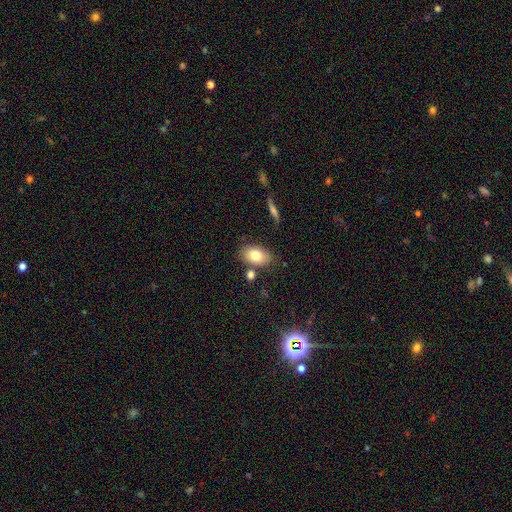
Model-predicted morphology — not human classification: Smooth or featured? smooth (77%)
How rounded? in between (90%)
Merging? none (75%)